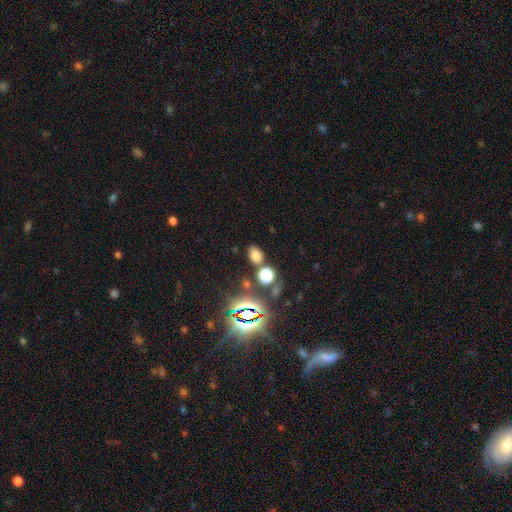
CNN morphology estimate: smooth 67%, star or artifact 26%, featured or disk 7%. Down the decision tree: how rounded — in between (77%); merging — none (78%).